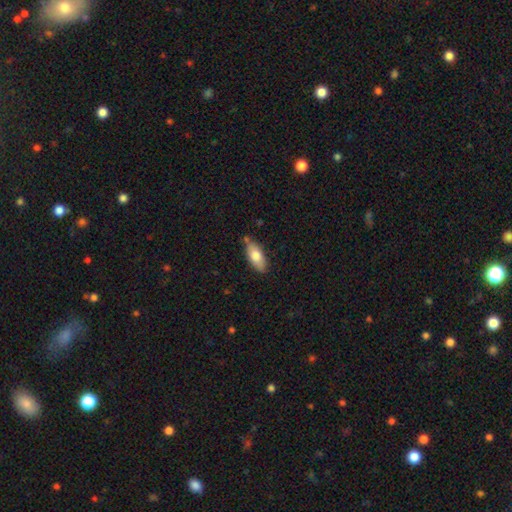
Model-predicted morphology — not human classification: smooth_or_featured: smooth (p=0.75) [alt: featured or disk p=0.18]
how_rounded: in between (p=0.84) [alt: cigar-shaped p=0.14]
merging: none (p=0.74) [alt: minor disturbance p=0.18]